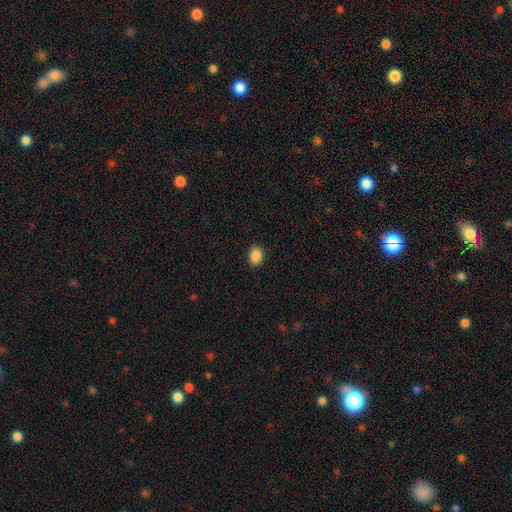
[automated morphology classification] Smooth or featured: smooth — 88% (star or artifact — 9%)
How rounded: in between — 64% (round — 35%)
Merging: none — 89% (minor disturbance — 8%)